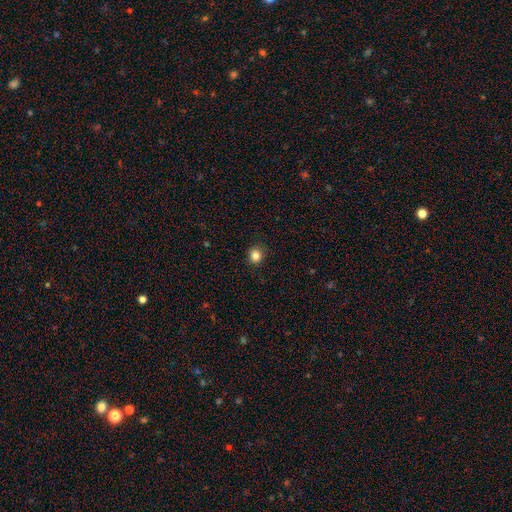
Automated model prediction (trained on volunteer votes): smooth_or_featured: smooth (p=0.84) [alt: star or artifact p=0.11]
how_rounded: round (p=0.86) [alt: in between p=0.13]
merging: none (p=0.89) [alt: minor disturbance p=0.08]